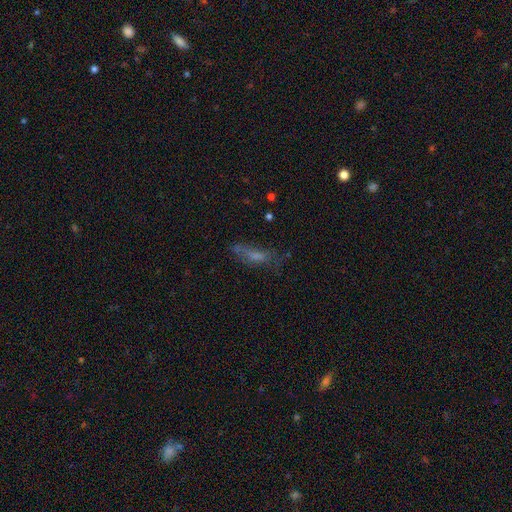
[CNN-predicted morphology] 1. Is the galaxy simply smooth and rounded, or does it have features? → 45% smooth, 34% featured or disk, 21% star or artifact.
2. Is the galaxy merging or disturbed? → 53% none, 23% minor disturbance, 19% major disturbance, 5% merger.